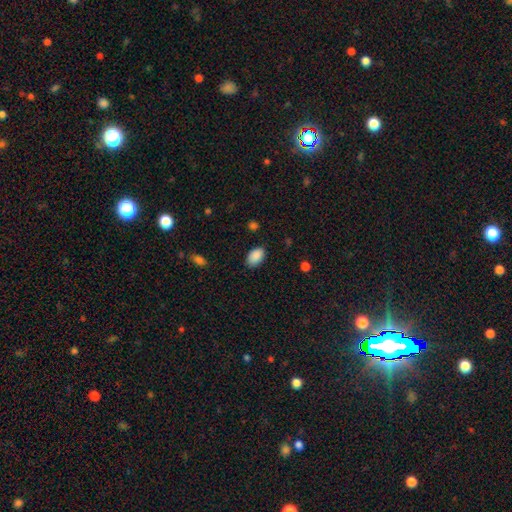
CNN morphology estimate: Smooth or featured? smooth (89%)
How rounded? in between (91%)
Merging? none (82%)